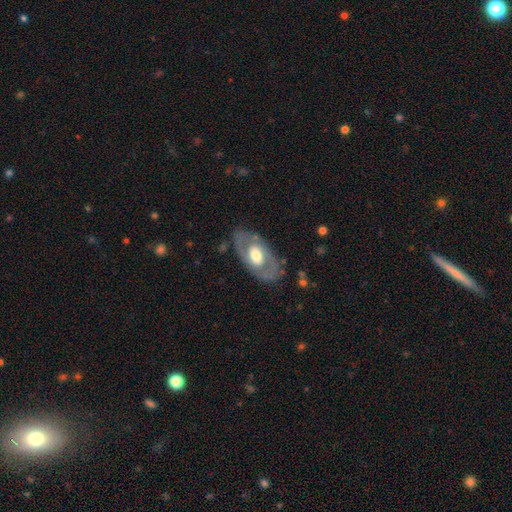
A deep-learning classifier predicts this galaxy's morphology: Overall: featured or disk (60%; smooth 35%). Edge-on disk: no (90%). Bar: no (71%). Spiral arms: no (73%). Bulge size: moderate (58%; large 31%). Merging: none (79%).